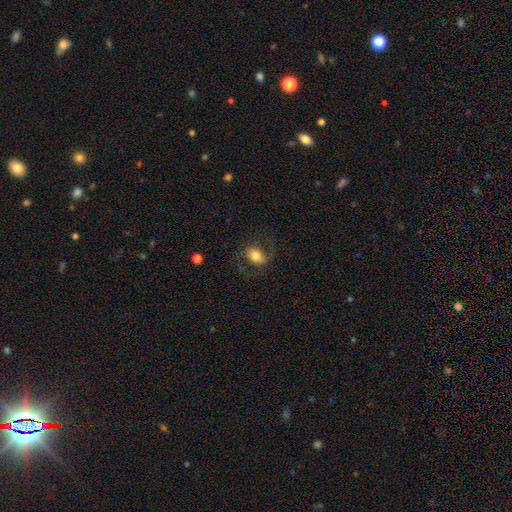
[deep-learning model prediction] The model was most divided on "smooth or featured": smooth: 59%, featured or disk: 32%, star or artifact: 9%. More confident: how rounded — in between (70%); merging — none (69%).